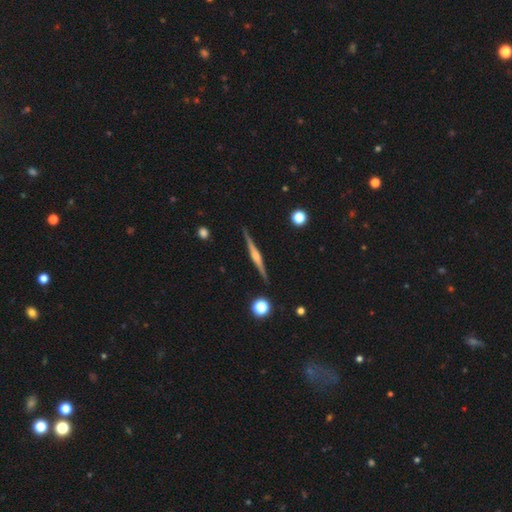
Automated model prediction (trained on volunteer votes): Smooth or featured? featured or disk (78%)
Edge-on disk? yes (98%)
Edge-on bulge? rounded (75%)
Merging? none (91%)